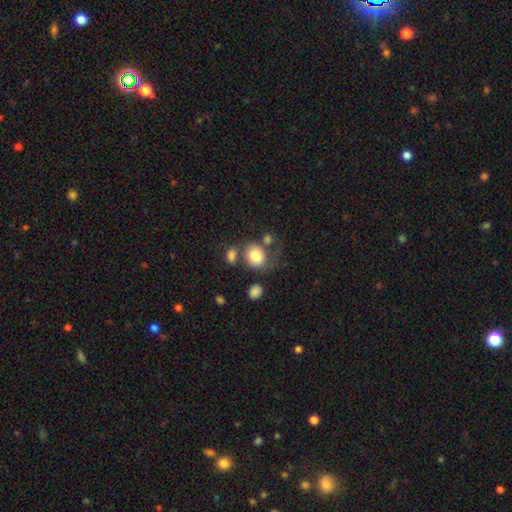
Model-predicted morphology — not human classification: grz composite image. It shows a smooth galaxy with no disk features (80%) that is round (57%). Merging: none (46%).